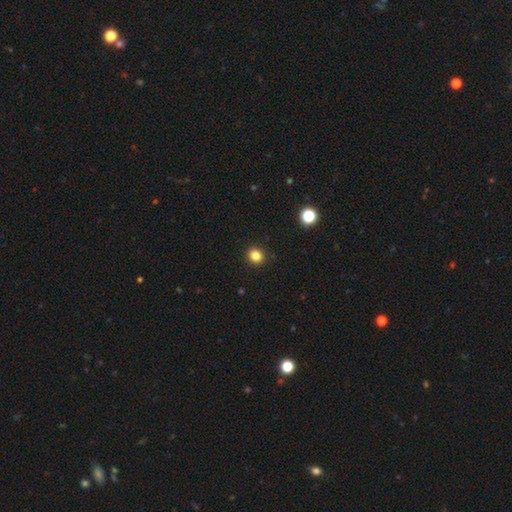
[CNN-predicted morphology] Smooth or featured? smooth (83%)
How rounded? round (78%)
Merging? none (92%)